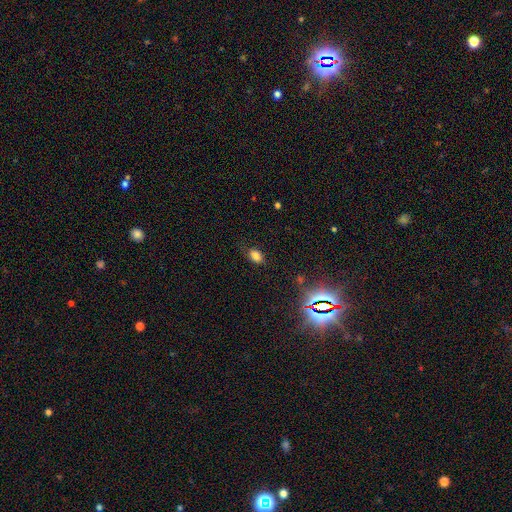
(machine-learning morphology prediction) A smooth galaxy with no disk features (78%) that is in between round and cigar-shaped (82%).

Vote fractions:
- Smooth or featured? smooth: 78% / star or artifact: 15% / featured or disk: 6%
- How rounded? in between: 82% / round: 17% / cigar-shaped: 2%
- Merging? none: 75% / minor disturbance: 18% / major disturbance: 6% / merger: 1%